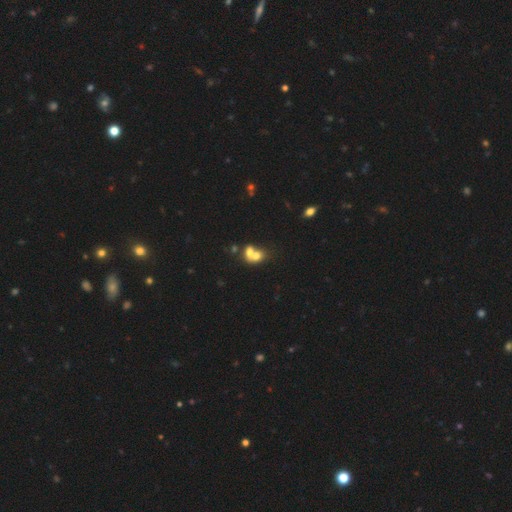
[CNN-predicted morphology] Smooth or featured? smooth (66%)
How rounded? in between (51%)
Merging? merger (72%)